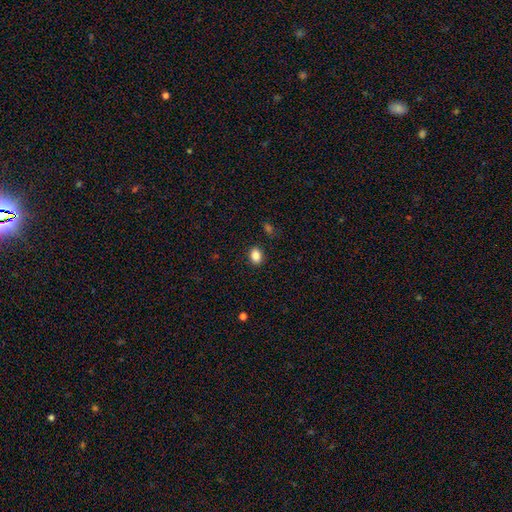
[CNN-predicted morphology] Q: Smooth or featured?
A: smooth (86%); runner-up: star or artifact (10%)
Q: How rounded?
A: in between (65%); runner-up: round (34%)
Q: Merging?
A: none (88%); runner-up: minor disturbance (8%)